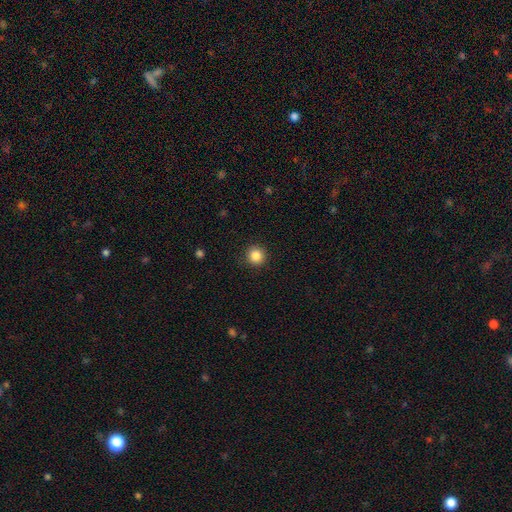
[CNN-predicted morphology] smooth 85%, star or artifact 10%, featured or disk 4%. Down the decision tree: how rounded — round (94%); merging — none (92%).